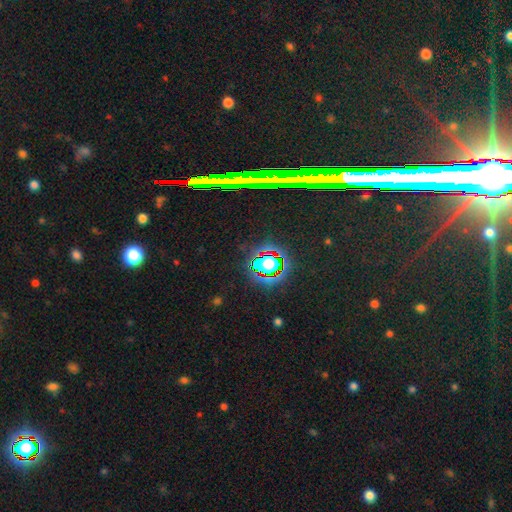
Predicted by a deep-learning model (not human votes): smooth_or_featured: star or artifact (p=0.81) [alt: featured or disk p=0.10]